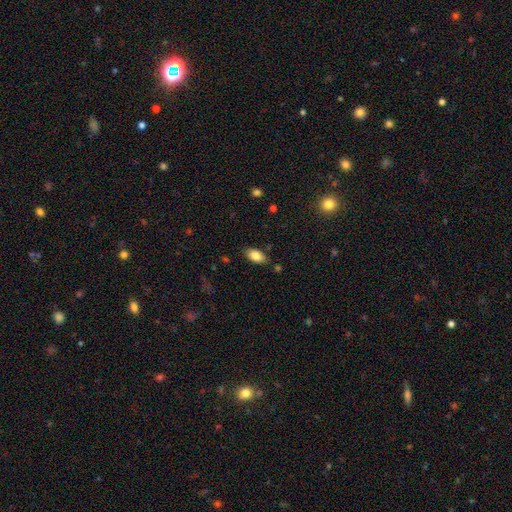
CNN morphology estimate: Smooth or featured? smooth (85%)
How rounded? in between (92%)
Merging? none (83%)